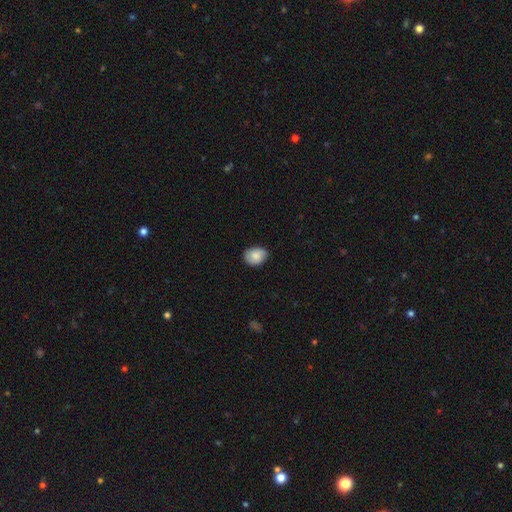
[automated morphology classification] The model was most divided on "how rounded": in between: 65%, round: 35%, cigar-shaped: 1%. More confident: smooth or featured — smooth (84%); merging — none (83%).